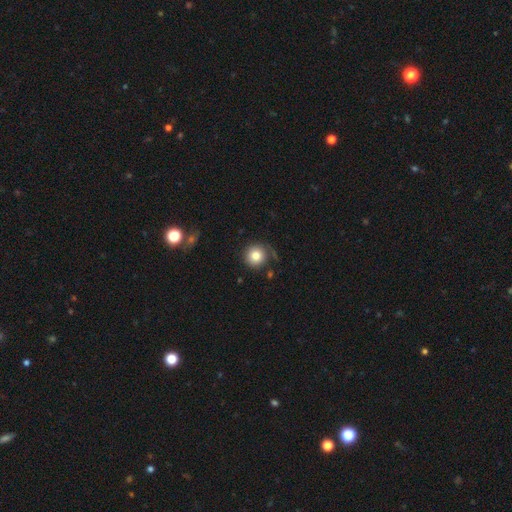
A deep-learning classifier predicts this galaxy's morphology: type=smooth (82%); roundness=round (94%); merging=none (73%).